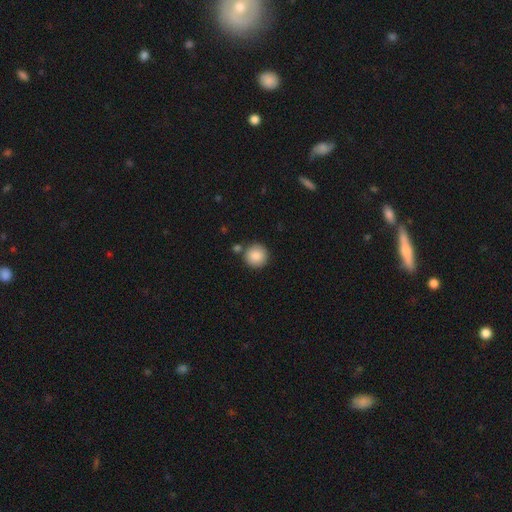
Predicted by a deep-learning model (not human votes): Overall: smooth (87%). How rounded: round (95%). Merging: none (81%).